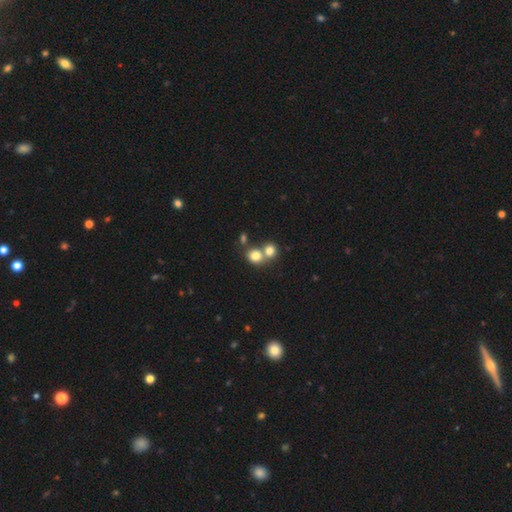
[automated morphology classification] A smooth galaxy with no disk features (78%) that is round (76%). Merging: merger (49%).